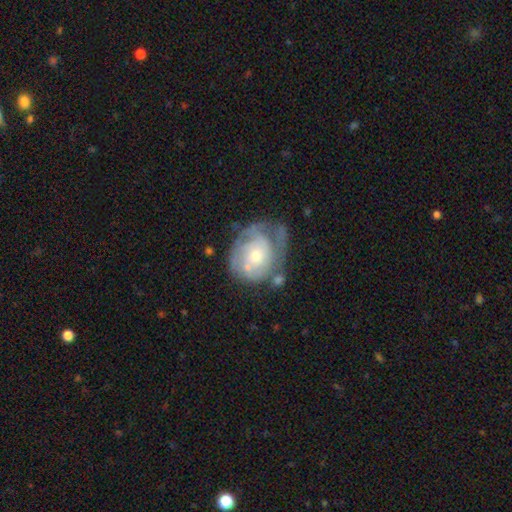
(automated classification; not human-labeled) Overall: featured or disk (69%). Edge-on disk: no (97%). Bar: no (79%). Spiral arms: yes (72%). Bulge size: small (51%; moderate 43%). Merging: none (44%; minor disturbance 27%).